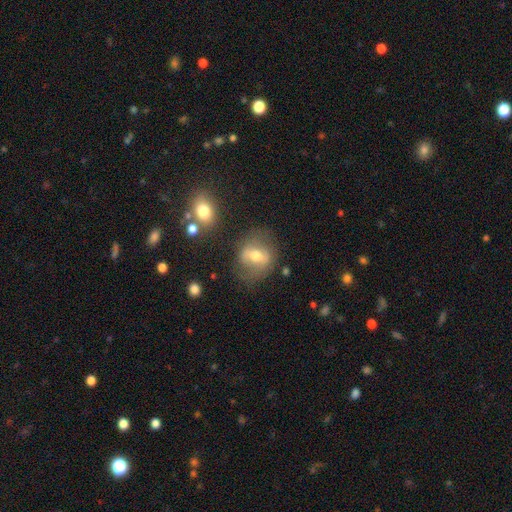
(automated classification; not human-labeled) Morphology: type=featured or disk (50%); merging=none (67%).